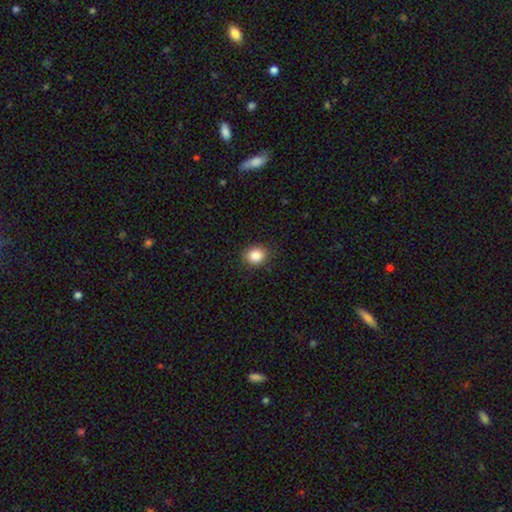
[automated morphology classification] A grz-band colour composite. It shows a smooth galaxy with no disk features (85%) that is round (72%). Merging: none (89%).